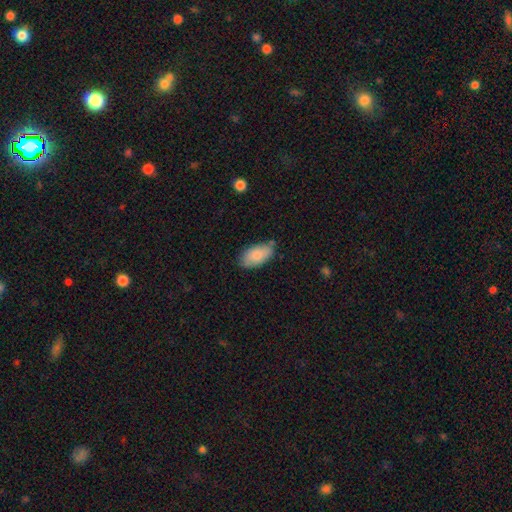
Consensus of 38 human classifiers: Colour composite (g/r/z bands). It shows a smooth galaxy with no disk features (84%) that is in between round and cigar-shaped (94%). Merging: none (67%).